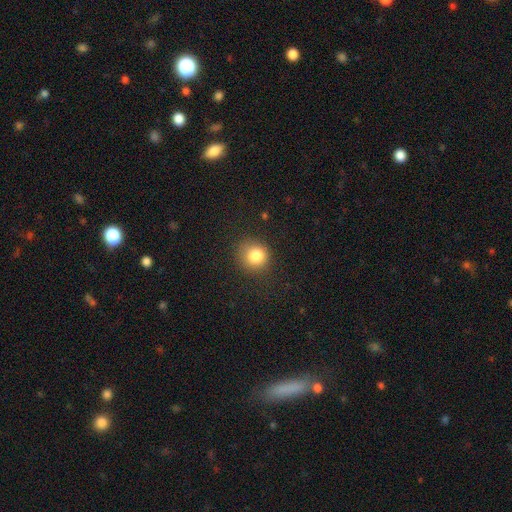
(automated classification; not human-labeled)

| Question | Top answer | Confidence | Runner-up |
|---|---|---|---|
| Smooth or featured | smooth | 83% | star or artifact (11%) |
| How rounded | round | 84% | in between (15%) |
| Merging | none | 78% | minor disturbance (15%) |